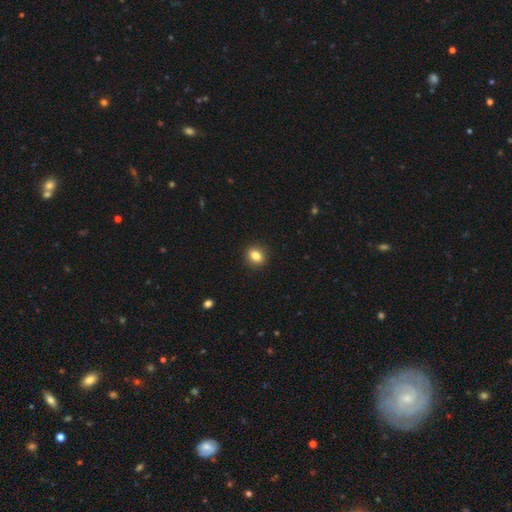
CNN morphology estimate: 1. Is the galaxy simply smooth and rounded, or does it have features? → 83% smooth, 10% star or artifact, 7% featured or disk.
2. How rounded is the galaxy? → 53% round, 46% in between, 1% cigar-shaped.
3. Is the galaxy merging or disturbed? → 90% none, 7% minor disturbance, 2% major disturbance, 1% merger.